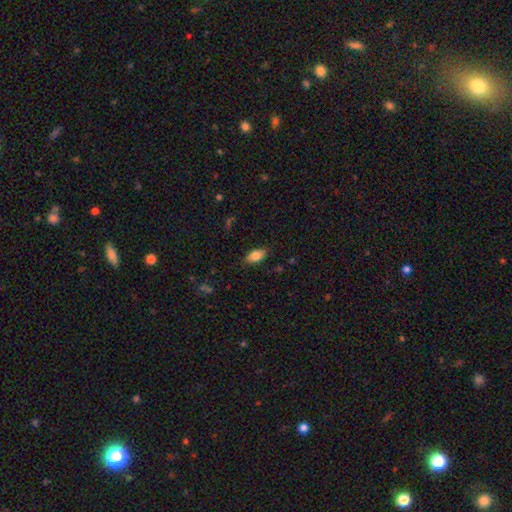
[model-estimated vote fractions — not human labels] Overall: smooth (81%). How rounded: in between (90%). Merging: none (83%).